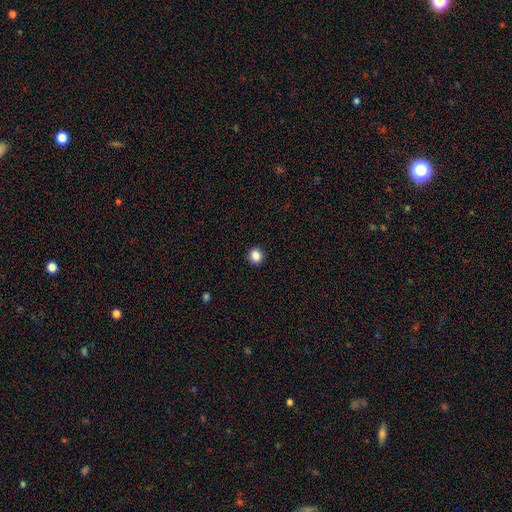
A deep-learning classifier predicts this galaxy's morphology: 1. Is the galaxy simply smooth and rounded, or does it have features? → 86% smooth, 10% star or artifact, 3% featured or disk.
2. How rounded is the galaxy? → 80% round, 20% in between, 1% cigar-shaped.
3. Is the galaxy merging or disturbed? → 92% none, 5% minor disturbance, 2% major disturbance, 1% merger.